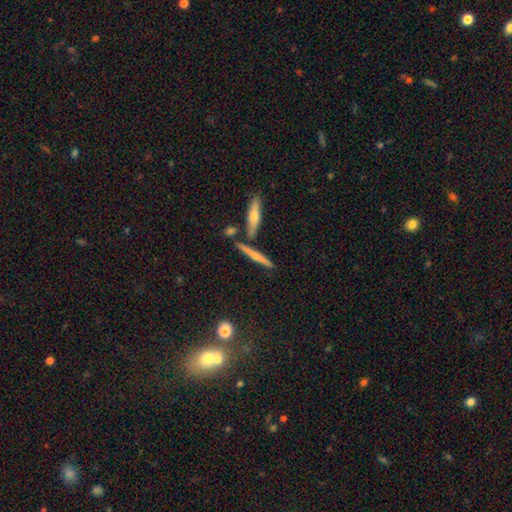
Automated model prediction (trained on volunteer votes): A featured or disk galaxy (46%). Merging: none (73%).